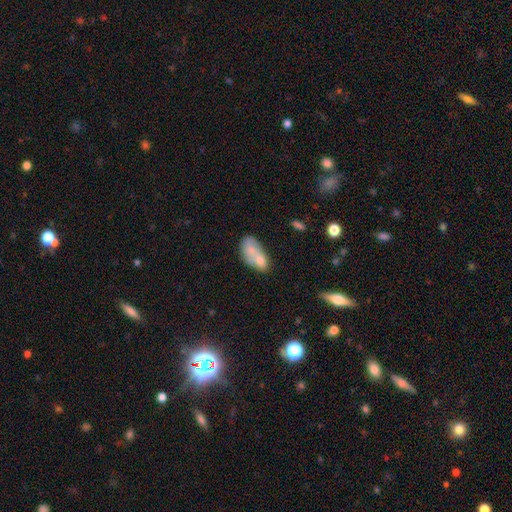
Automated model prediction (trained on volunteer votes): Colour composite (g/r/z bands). It shows a smooth galaxy with no disk features (65%) that is in between round and cigar-shaped (86%). Merging: merger (42%).